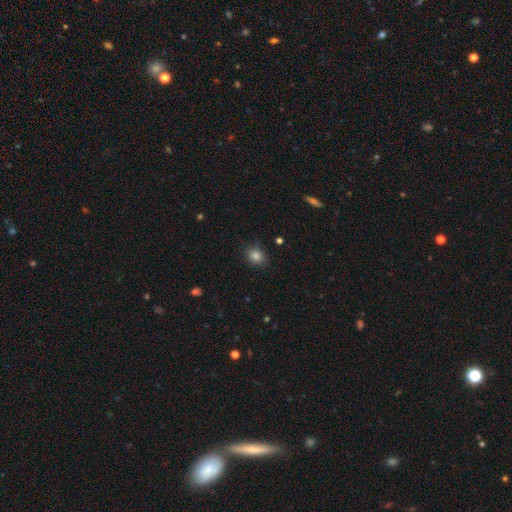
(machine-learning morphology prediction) smooth 83%, star or artifact 12%, featured or disk 5%. Down the decision tree: how rounded — round (52%); merging — none (82%).